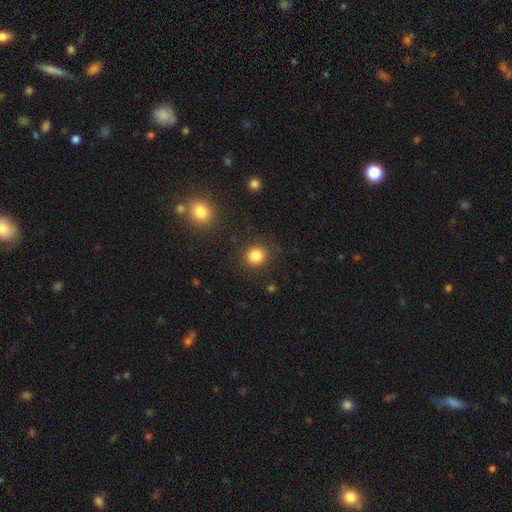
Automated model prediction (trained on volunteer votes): This is clearly a smooth galaxy (84%). How rounded: clearly round (89%). Merging: clearly none (88%).